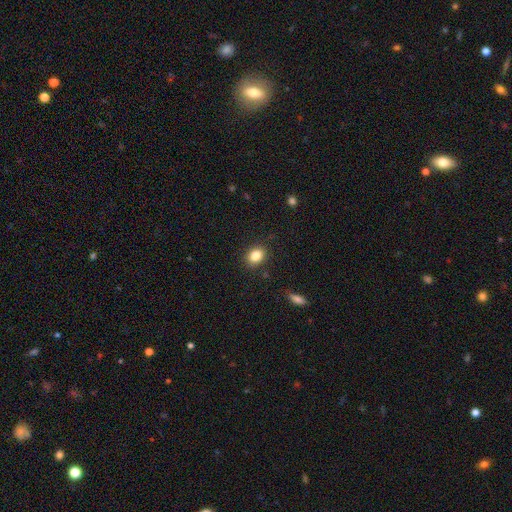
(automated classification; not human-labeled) This is clearly a smooth galaxy (84%). How rounded: likely in between (61%). Merging: clearly none (87%).